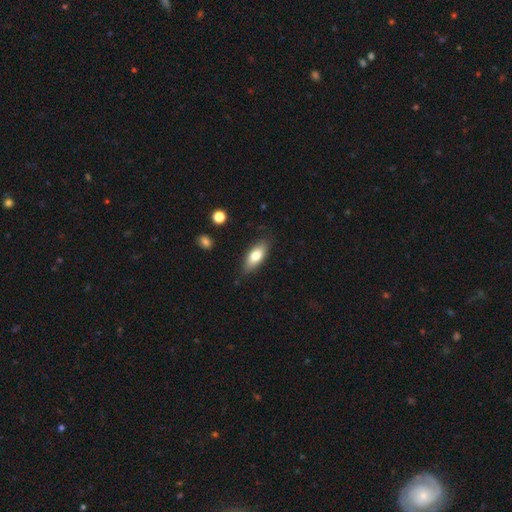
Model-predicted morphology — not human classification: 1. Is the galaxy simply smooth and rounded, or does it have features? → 76% smooth, 18% featured or disk, 7% star or artifact.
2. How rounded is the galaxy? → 79% in between, 19% cigar-shaped, 2% round.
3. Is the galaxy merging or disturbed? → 81% none, 15% minor disturbance, 3% major disturbance, 1% merger.